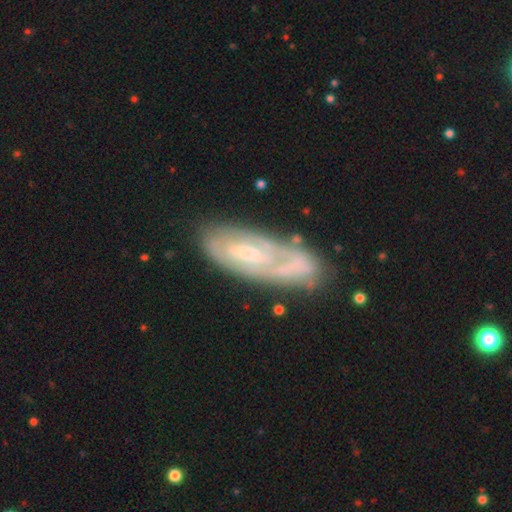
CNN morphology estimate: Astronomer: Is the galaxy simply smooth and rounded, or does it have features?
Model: featured or disk — 70%.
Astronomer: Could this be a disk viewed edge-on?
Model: no — 84%.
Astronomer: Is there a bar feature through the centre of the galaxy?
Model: no — 54% (runner-up: weak, 36%).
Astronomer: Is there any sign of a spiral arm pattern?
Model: yes — 70%.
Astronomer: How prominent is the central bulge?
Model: small — 46% (runner-up: moderate, 38%).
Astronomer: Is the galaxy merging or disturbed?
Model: none — 67%.